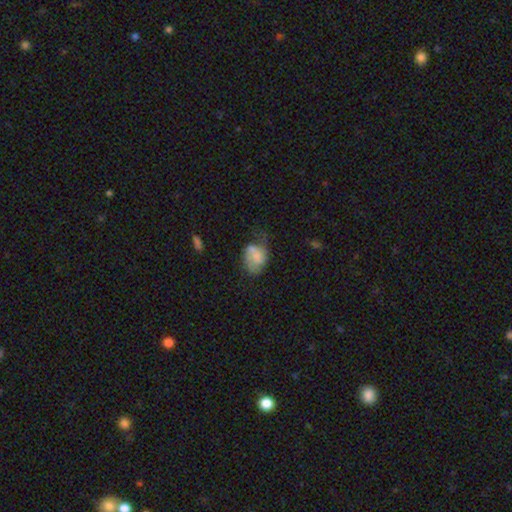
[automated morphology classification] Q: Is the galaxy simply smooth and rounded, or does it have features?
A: smooth — 53%.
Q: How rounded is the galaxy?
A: in between — 72%.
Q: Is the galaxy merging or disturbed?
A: none — 31%.